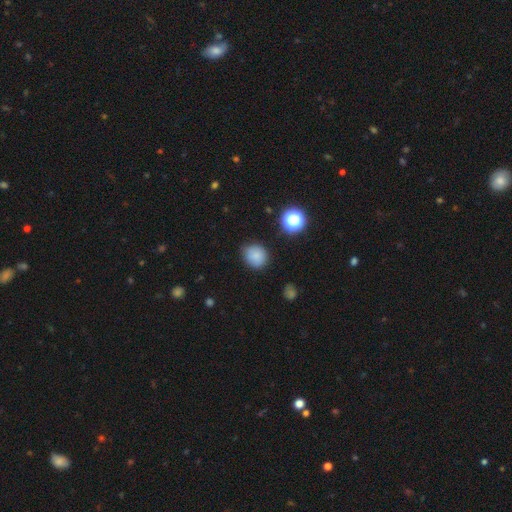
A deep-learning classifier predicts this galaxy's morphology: smooth_or_featured: smooth (p=0.82) [alt: star or artifact p=0.13]
how_rounded: round (p=0.79) [alt: in between p=0.20]
merging: none (p=0.78) [alt: minor disturbance p=0.16]